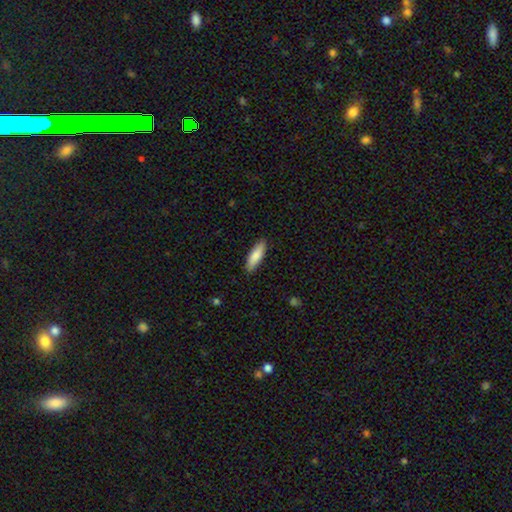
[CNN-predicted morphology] Smooth or featured? smooth (83%)
How rounded? cigar-shaped (53%)
Merging? none (89%)